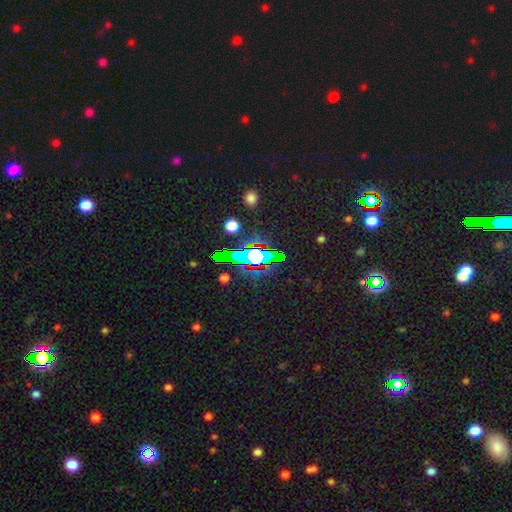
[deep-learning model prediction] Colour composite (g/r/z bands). It shows a star or artifact, not a galaxy (64%).